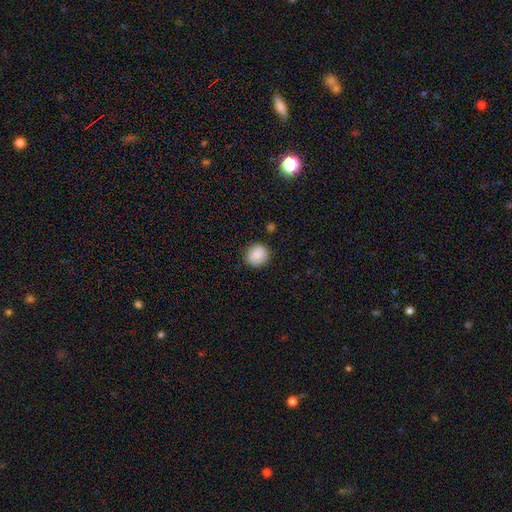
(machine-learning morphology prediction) smooth-or-featured: smooth: 88% | star or artifact: 8% | featured or disk: 4%
  how-rounded: round: 89% | in between: 10% | cigar-shaped: 1%
  merging: none: 88% | minor disturbance: 8% | major disturbance: 2% | merger: 1%